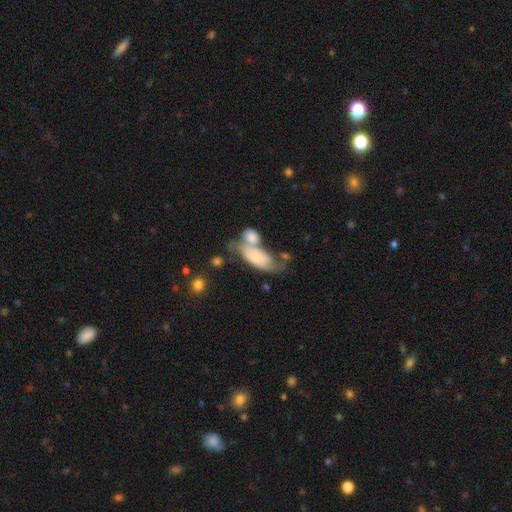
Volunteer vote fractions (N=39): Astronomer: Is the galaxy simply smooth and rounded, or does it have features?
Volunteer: smooth — 59%.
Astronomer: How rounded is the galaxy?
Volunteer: in between — 70%.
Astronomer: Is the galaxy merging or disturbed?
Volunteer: merger — 44% (runner-up: none, 25%).